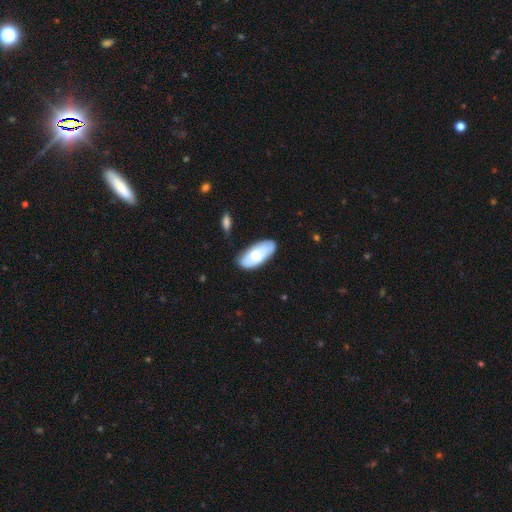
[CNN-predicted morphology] Q: Smooth or featured?
A: smooth (68%); runner-up: featured or disk (26%)
Q: How rounded?
A: in between (88%); runner-up: cigar-shaped (10%)
Q: Merging?
A: none (68%); runner-up: minor disturbance (23%)